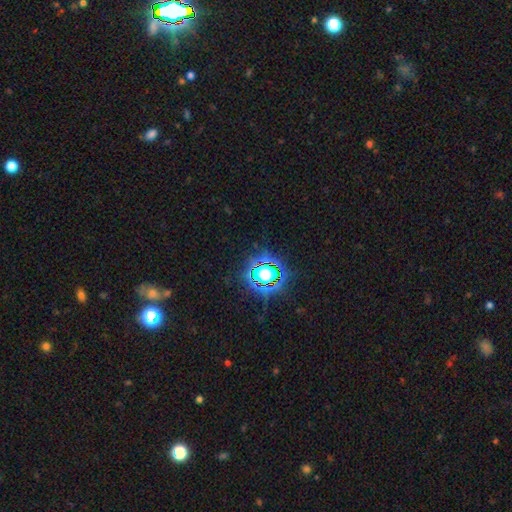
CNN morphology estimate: The model was most divided on "smooth or featured": star or artifact: 80%, smooth: 13%, featured or disk: 8%.